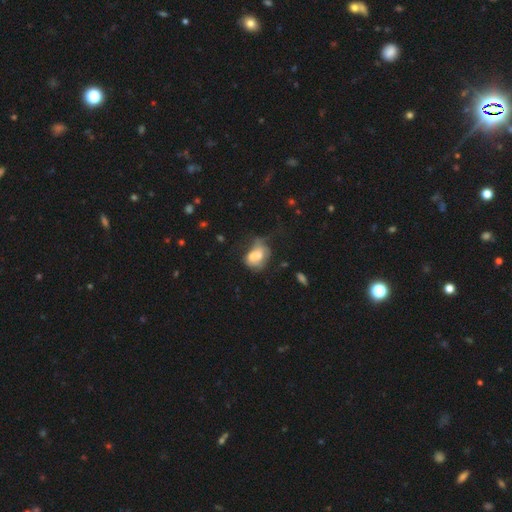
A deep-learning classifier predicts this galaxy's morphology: Smooth or featured? smooth (52%)
How rounded? in between (63%)
Merging? merger (44%)